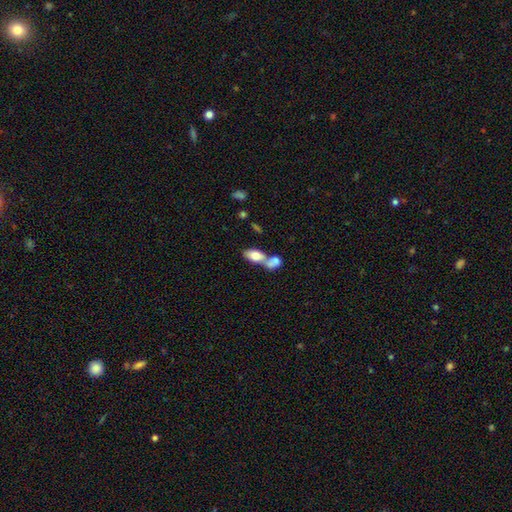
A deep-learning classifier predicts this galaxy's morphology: Smooth or featured? Predicted: smooth (p=0.74). How rounded? Predicted: in between (p=0.88). Merging? Predicted: merger (p=0.59).